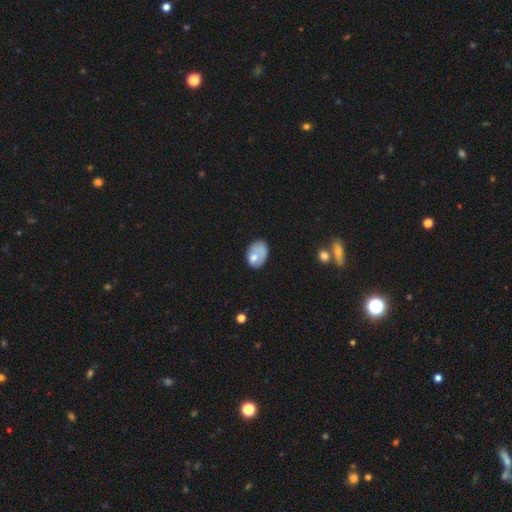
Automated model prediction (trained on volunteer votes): The model was most divided on "merging": none: 39%, minor disturbance: 32%, major disturbance: 21%, merger: 8%. More confident: how rounded — in between (75%); smooth or featured — smooth (68%).